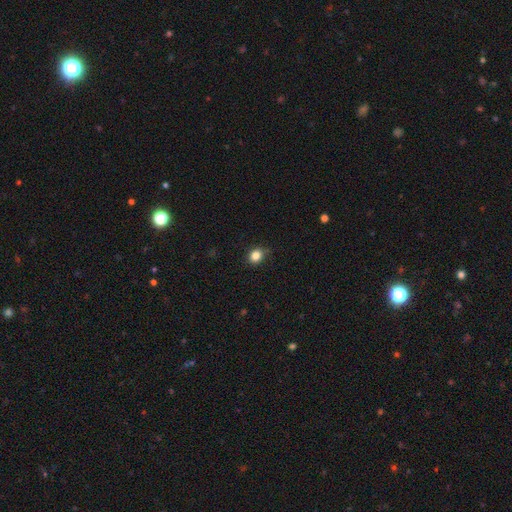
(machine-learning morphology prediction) smooth 83%, star or artifact 11%, featured or disk 5%. Down the decision tree: how rounded — round (70%); merging — none (79%).